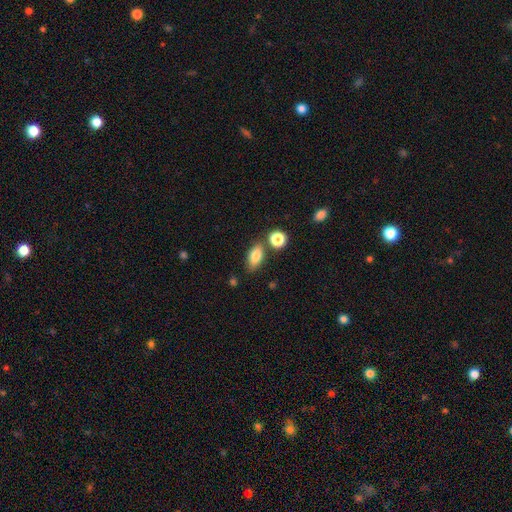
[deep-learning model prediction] smooth_or_featured: smooth (p=0.82) [alt: featured or disk p=0.09]
how_rounded: in between (p=0.84) [alt: cigar-shaped p=0.08]
merging: none (p=0.74) [alt: minor disturbance p=0.12]